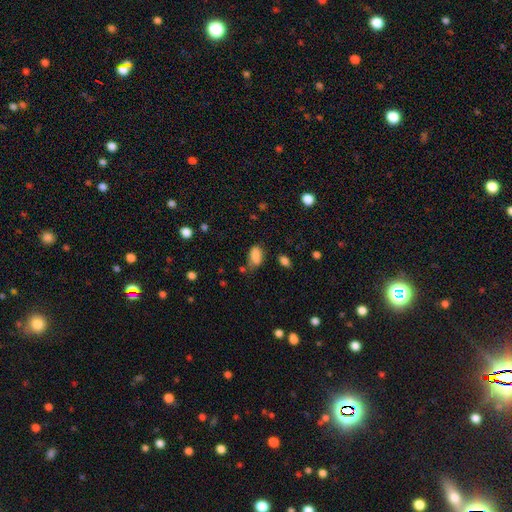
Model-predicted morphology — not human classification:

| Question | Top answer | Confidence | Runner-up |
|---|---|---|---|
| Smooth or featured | smooth | 84% | star or artifact (9%) |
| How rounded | in between | 91% | round (6%) |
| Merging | none | 60% | minor disturbance (26%) |